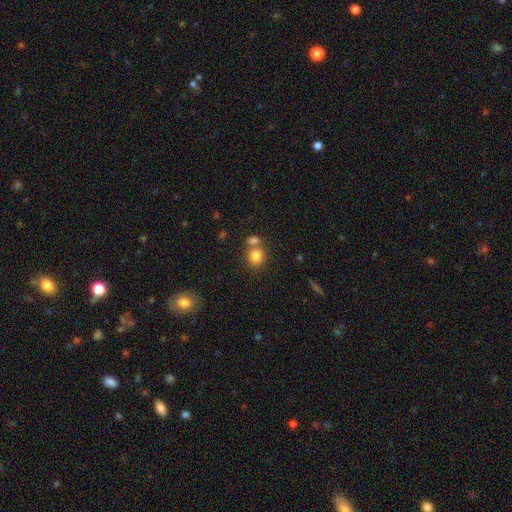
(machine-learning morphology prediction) Q: Smooth or featured?
A: smooth (81%); runner-up: star or artifact (11%)
Q: How rounded?
A: round (80%); runner-up: in between (19%)
Q: Merging?
A: none (56%); runner-up: merger (32%)